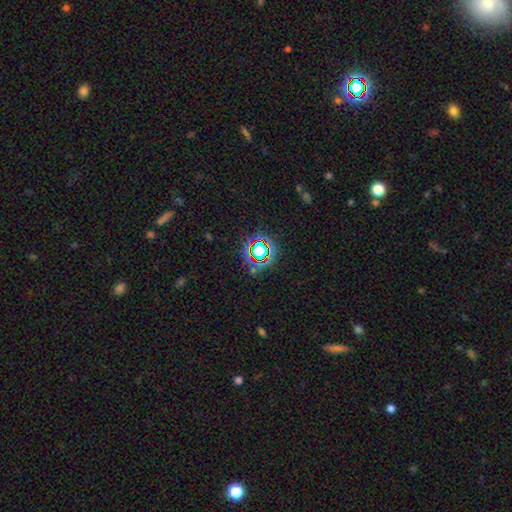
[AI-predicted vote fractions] Overall: star or artifact (72%).